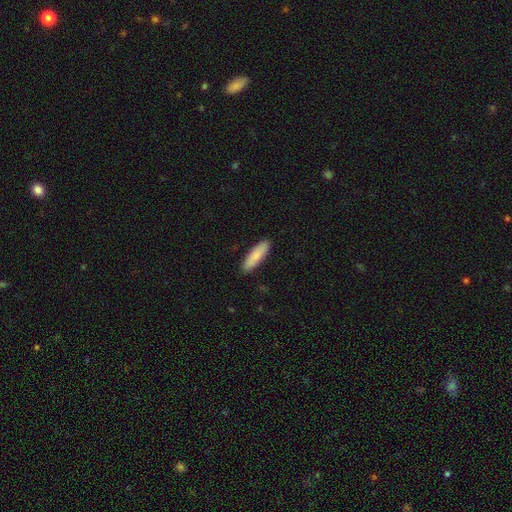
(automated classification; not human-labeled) Smooth or featured? smooth (85%)
How rounded? cigar-shaped (61%)
Merging? none (89%)